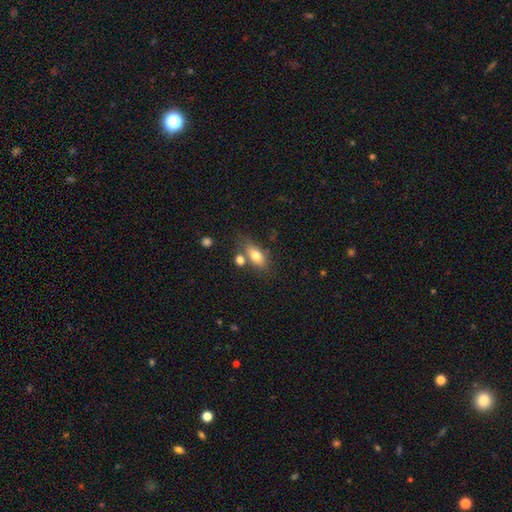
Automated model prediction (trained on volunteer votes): A smooth galaxy with no disk features (75%) that is in between round and cigar-shaped (82%).

Vote fractions:
- Smooth or featured? smooth: 75% / featured or disk: 16% / star or artifact: 9%
- How rounded? in between: 82% / round: 9% / cigar-shaped: 9%
- Merging? none: 64% / merger: 17% / minor disturbance: 14% / major disturbance: 5%